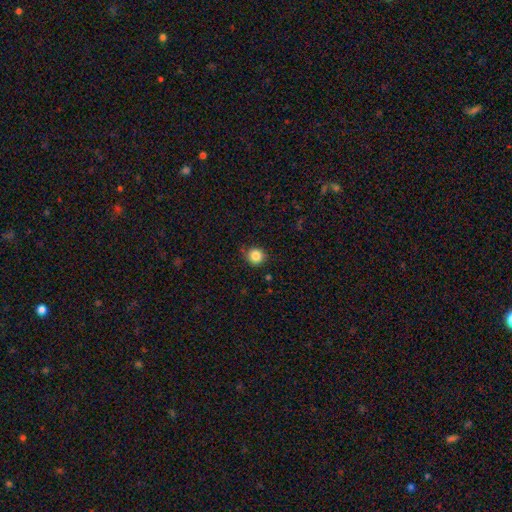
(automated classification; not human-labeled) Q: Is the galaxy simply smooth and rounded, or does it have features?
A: smooth — 84%.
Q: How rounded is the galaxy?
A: round — 90%.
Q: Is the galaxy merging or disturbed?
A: none — 77%.